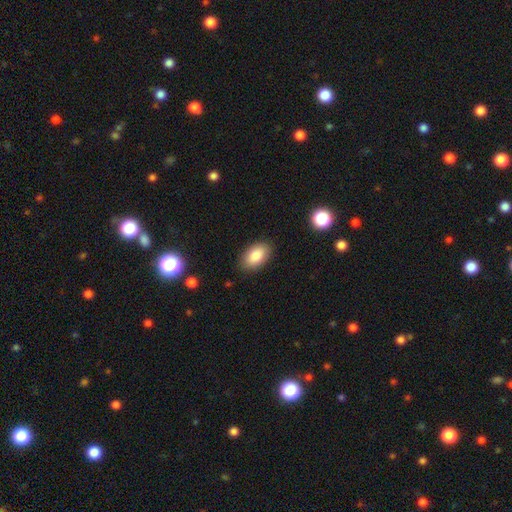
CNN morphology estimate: Smooth or featured? Predicted: smooth (p=0.86). How rounded? Predicted: in between (p=0.93). Merging? Predicted: none (p=0.86).